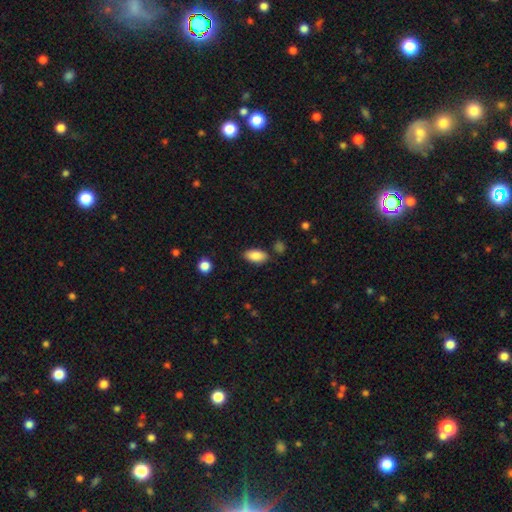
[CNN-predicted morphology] smooth-or-featured: smooth: 87% | star or artifact: 7% | featured or disk: 6%
  how-rounded: in between: 92% | cigar-shaped: 4% | round: 3%
  merging: none: 81% | minor disturbance: 12% | merger: 4% | major disturbance: 3%